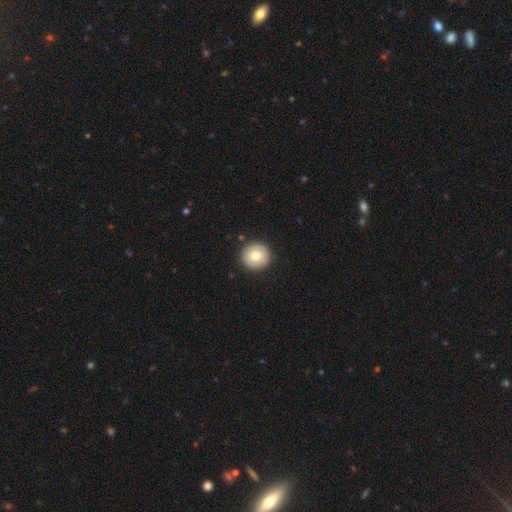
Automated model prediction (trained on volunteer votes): Smooth or featured?
  - smooth: 72% *
  - featured or disk: 21%
  - star or artifact: 7%
How rounded?
  - round: 94% *
  - in between: 5%
  - cigar-shaped: 1%
Merging?
  - none: 90% *
  - minor disturbance: 6%
  - major disturbance: 2%
  - merger: 1%